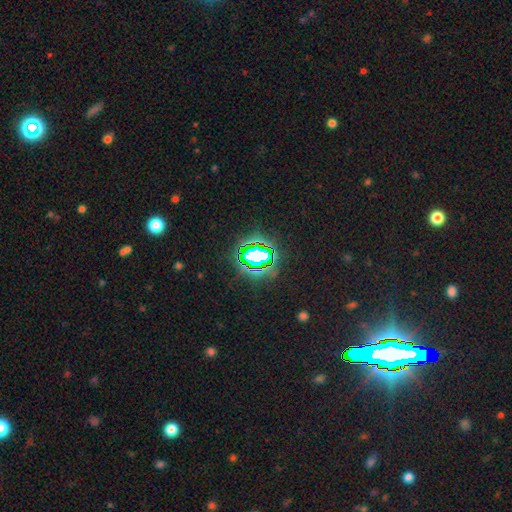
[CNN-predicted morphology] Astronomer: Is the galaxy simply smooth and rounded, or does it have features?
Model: star or artifact — 72%.